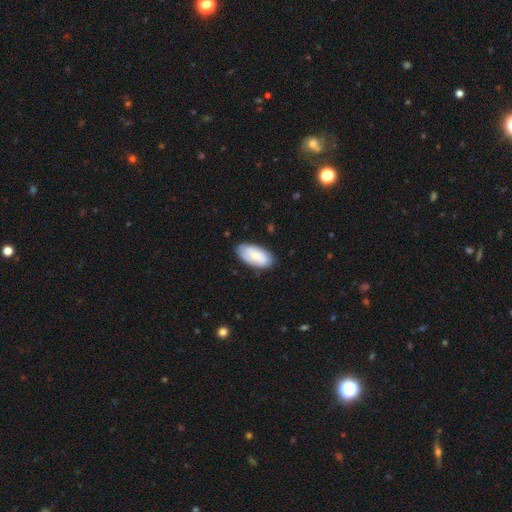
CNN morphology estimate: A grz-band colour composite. It shows a smooth galaxy with no disk features (74%) that is in between round and cigar-shaped (94%). Merging: none (79%).